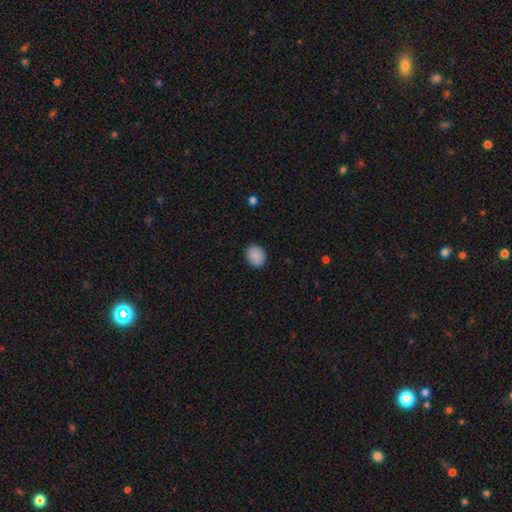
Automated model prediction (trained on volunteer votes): A smooth galaxy with no disk features (89%) that is round (55%).

Vote fractions:
- Smooth or featured? smooth: 89% / star or artifact: 7% / featured or disk: 3%
- How rounded? round: 55% / in between: 44% / cigar-shaped: 1%
- Merging? none: 90% / minor disturbance: 7% / major disturbance: 2% / merger: 1%